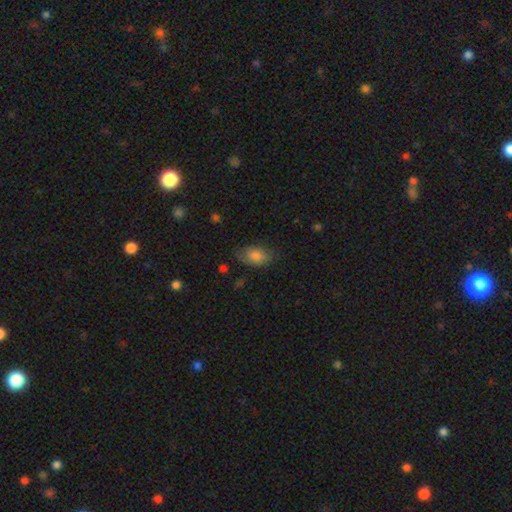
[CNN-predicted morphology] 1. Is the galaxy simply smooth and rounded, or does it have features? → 78% smooth, 14% featured or disk, 8% star or artifact.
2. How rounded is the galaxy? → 90% in between, 8% round, 2% cigar-shaped.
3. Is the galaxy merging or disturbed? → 67% none, 25% minor disturbance, 7% major disturbance, 1% merger.